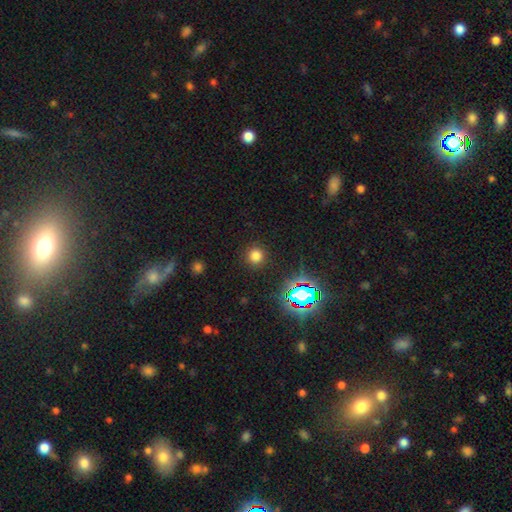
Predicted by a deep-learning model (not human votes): Smooth or featured: smooth — 75% (star or artifact — 20%)
How rounded: round — 93% (in between — 6%)
Merging: none — 90% (minor disturbance — 6%)